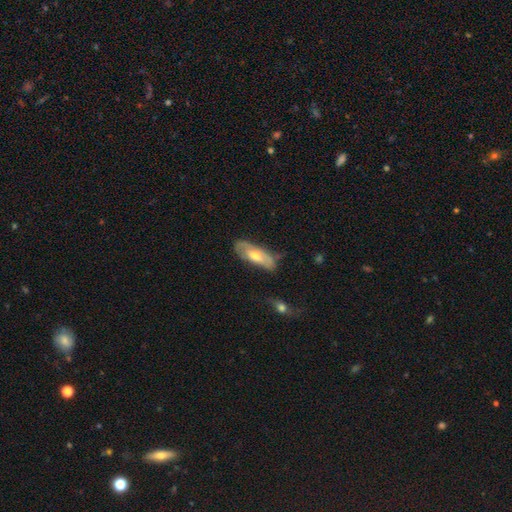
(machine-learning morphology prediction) This is possibly a featured or disk galaxy (49%). Merging: likely none (63%).